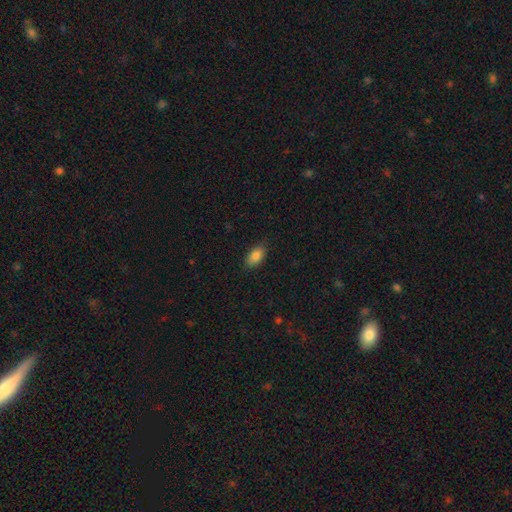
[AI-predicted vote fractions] Smooth or featured? Predicted: smooth (p=0.84). How rounded? Predicted: in between (p=0.90). Merging? Predicted: none (p=0.84).